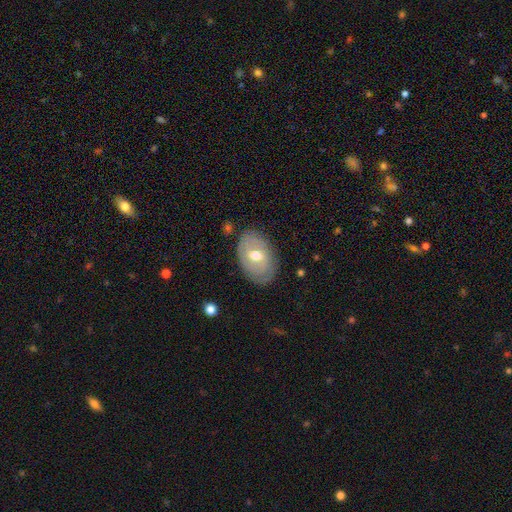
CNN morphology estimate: Smooth or featured?
  - featured or disk: 54% *
  - smooth: 38%
  - star or artifact: 8%
Edge-on disk?
  - no: 91% *
  - yes: 9%
Merging?
  - none: 80% *
  - minor disturbance: 15%
  - major disturbance: 4%
  - merger: 2%